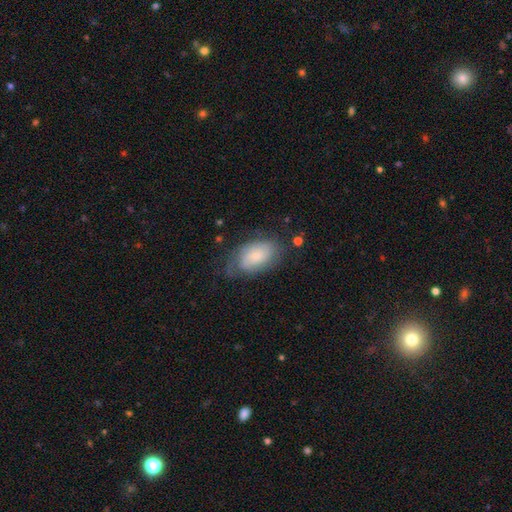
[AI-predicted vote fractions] smooth_or_featured: smooth (p=0.52) [alt: featured or disk p=0.40]
how_rounded: in between (p=0.90) [alt: round p=0.08]
merging: none (p=0.57) [alt: minor disturbance p=0.28]